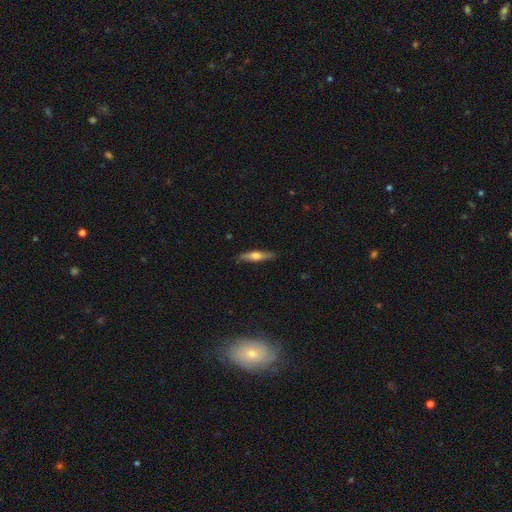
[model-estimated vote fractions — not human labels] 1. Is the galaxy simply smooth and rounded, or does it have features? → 48% featured or disk, 47% smooth, 6% star or artifact.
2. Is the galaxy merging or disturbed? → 88% none, 10% minor disturbance, 2% major disturbance, 1% merger.